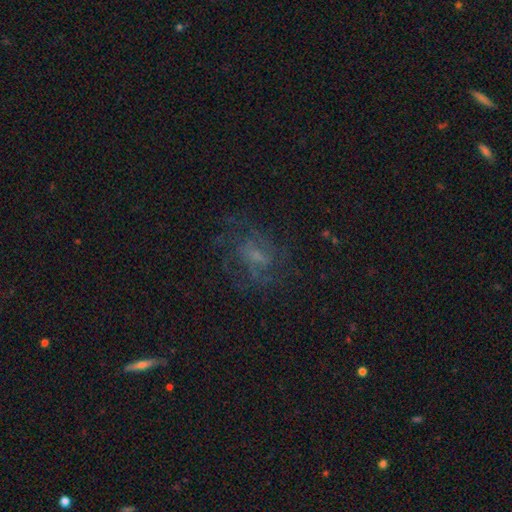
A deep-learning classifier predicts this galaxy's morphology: featured or disk 64%, smooth 20%, star or artifact 16%. Down the decision tree: edge-on disk — no (97%); bar — weak (45%); spiral arms — yes (82%); spiral arm count — can't tell (44%); spiral winding — medium (46%); bulge size — small (46%); merging — none (64%).